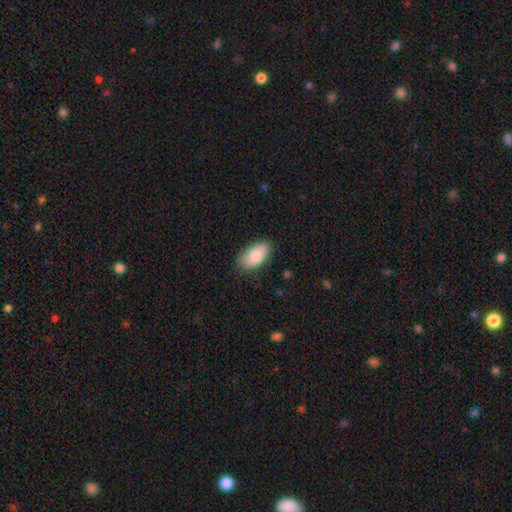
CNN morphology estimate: smooth 84%, featured or disk 9%, star or artifact 6%. Down the decision tree: how rounded — in between (94%); merging — none (81%).